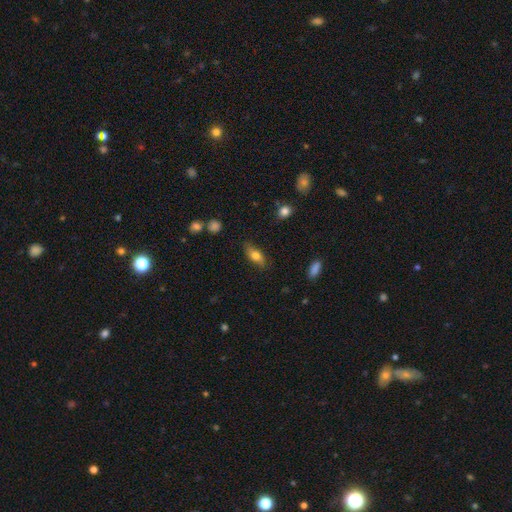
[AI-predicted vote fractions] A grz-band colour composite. It shows a smooth galaxy with no disk features (75%) that is in between round and cigar-shaped (81%). Merging: none (80%).